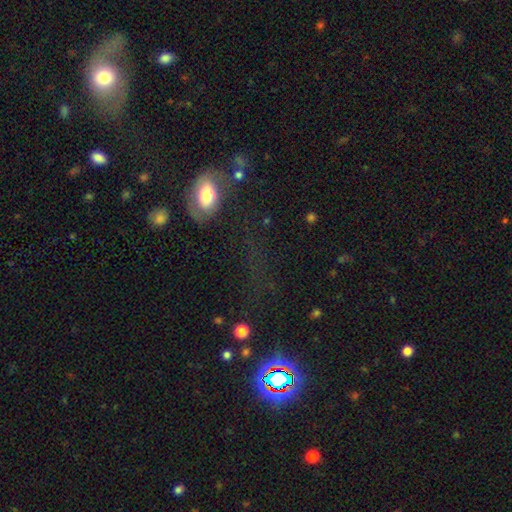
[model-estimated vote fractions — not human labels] Smooth or featured?
  - smooth: 42% *
  - star or artifact: 37%
  - featured or disk: 20%
Merging?
  - none: 47% *
  - major disturbance: 24%
  - minor disturbance: 18%
  - merger: 10%